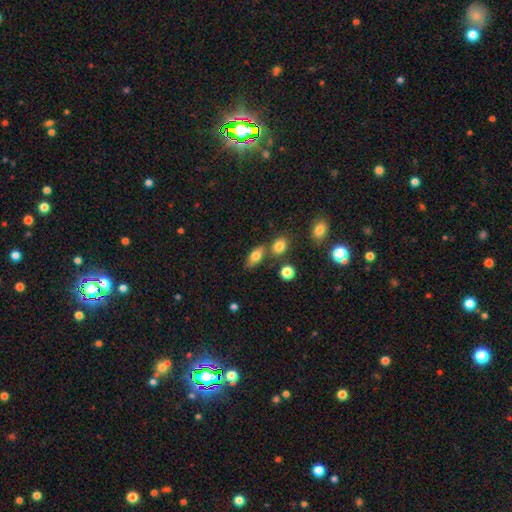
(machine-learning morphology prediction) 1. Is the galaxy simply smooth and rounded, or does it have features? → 72% smooth, 18% featured or disk, 10% star or artifact.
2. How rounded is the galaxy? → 78% in between, 11% cigar-shaped, 11% round.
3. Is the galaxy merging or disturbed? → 65% none, 18% merger, 13% minor disturbance, 4% major disturbance.